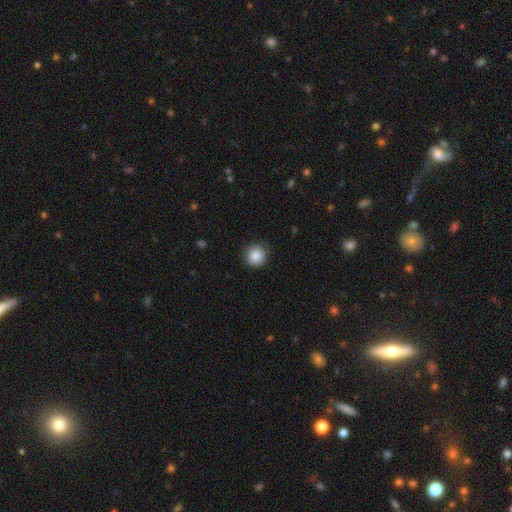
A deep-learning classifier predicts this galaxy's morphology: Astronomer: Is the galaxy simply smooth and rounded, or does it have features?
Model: smooth — 87%.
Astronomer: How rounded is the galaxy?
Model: round — 94%.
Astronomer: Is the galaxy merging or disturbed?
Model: none — 89%.